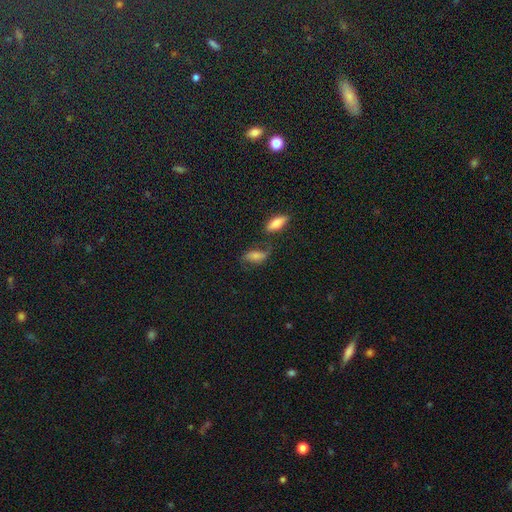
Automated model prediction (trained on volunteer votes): smooth_or_featured: smooth (p=0.49) [alt: featured or disk p=0.28]
merging: none (p=0.56) [alt: minor disturbance p=0.19]